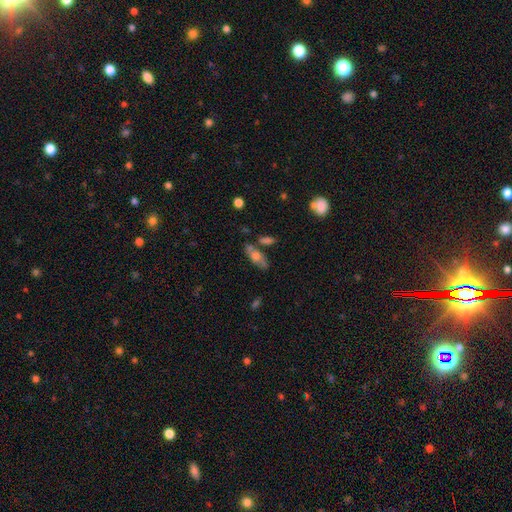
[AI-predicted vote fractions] The model was most divided on "smooth or featured": smooth: 53%, featured or disk: 38%, star or artifact: 9%. More confident: how rounded — in between (74%); merging — none (58%).